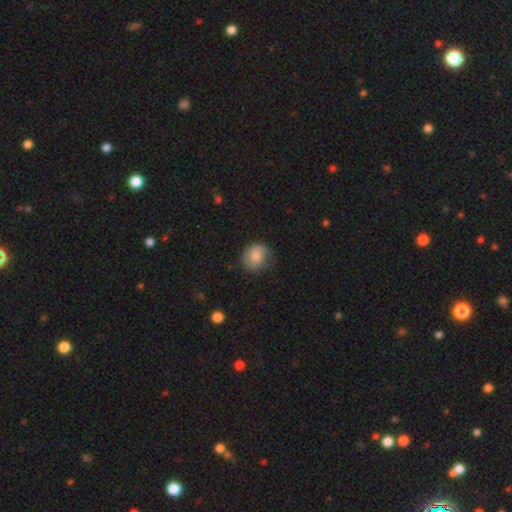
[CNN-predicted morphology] smooth 50%, featured or disk 43%, star or artifact 8%. Down the decision tree: merging — none (68%).